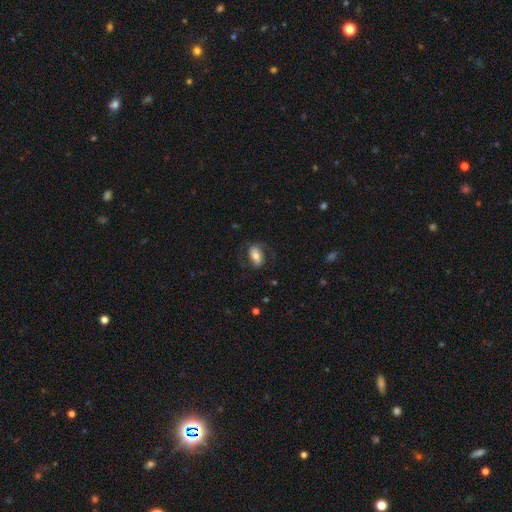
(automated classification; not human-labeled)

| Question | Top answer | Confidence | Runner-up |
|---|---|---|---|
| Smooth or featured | smooth | 47% | featured or disk (45%) |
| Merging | none | 68% | minor disturbance (18%) |